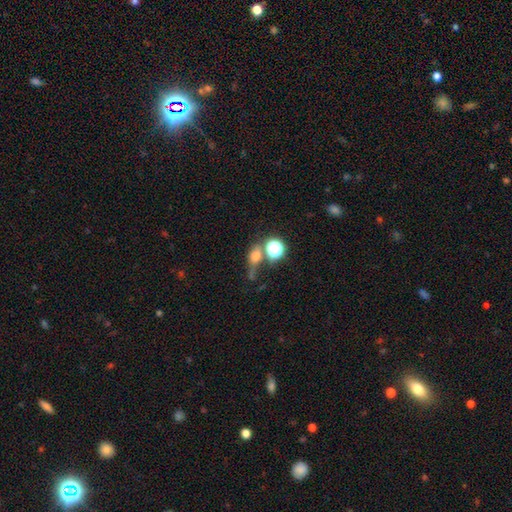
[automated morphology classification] Smooth or featured? smooth (58%)
How rounded? round (49%)
Merging? none (44%)